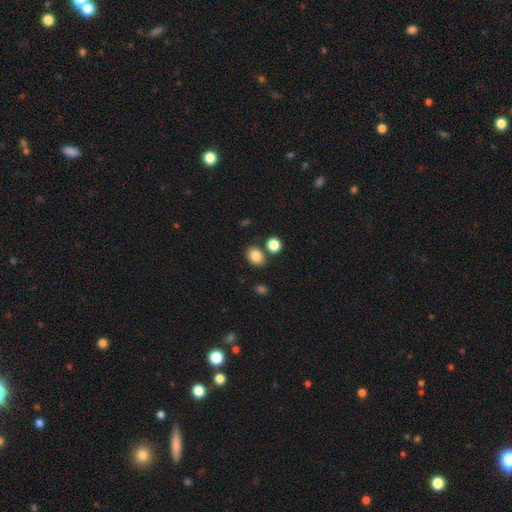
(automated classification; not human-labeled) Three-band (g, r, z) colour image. It shows a smooth galaxy with no disk features (84%) that is in between round and cigar-shaped (60%). Merging: none (75%).